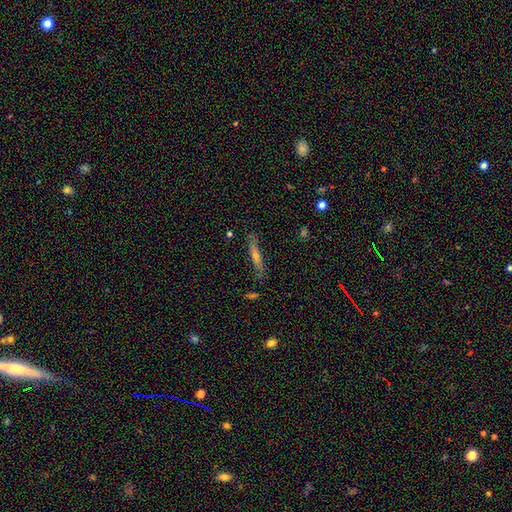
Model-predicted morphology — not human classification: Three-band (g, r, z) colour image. It shows a featured or disk galaxy (53%) viewed edge-on (92%). Merging: none (84%).